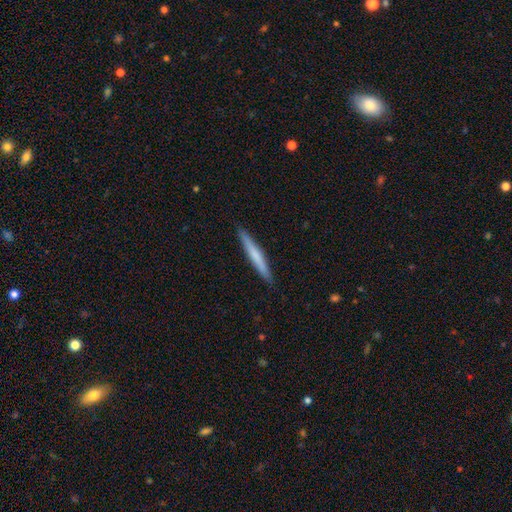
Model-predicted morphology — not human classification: A smooth galaxy with no disk features (63%) that is cigar-shaped (96%). Merging: none (91%).